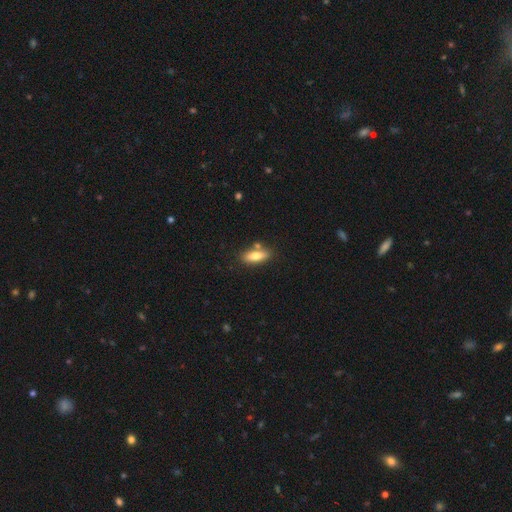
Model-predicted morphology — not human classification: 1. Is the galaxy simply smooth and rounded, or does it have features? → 72% smooth, 22% featured or disk, 6% star or artifact.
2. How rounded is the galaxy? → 63% in between, 34% cigar-shaped, 3% round.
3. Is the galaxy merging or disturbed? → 77% none, 12% minor disturbance, 9% merger, 3% major disturbance.